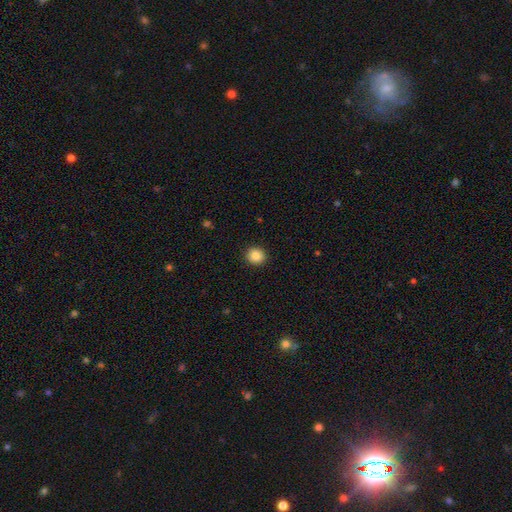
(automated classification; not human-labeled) Smooth or featured: smooth — 86% (star or artifact — 10%)
How rounded: round — 88% (in between — 11%)
Merging: none — 92% (minor disturbance — 5%)